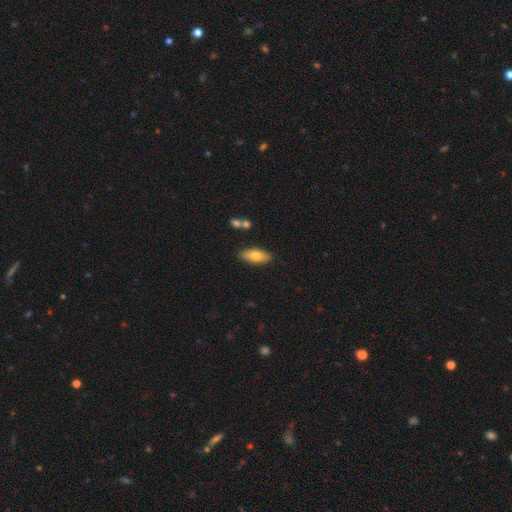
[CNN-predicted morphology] This appears to be a smooth galaxy with no disk features (74%) that is in between round and cigar-shaped (79%). Merging: none (84%).